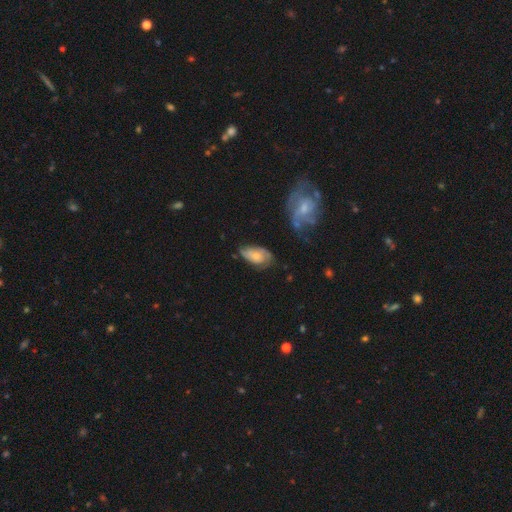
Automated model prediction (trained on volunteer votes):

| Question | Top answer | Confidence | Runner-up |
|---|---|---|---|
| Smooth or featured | featured or disk | 52% | smooth (41%) |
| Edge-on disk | no | 94% | yes (6%) |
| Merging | none | 55% | minor disturbance (30%) |